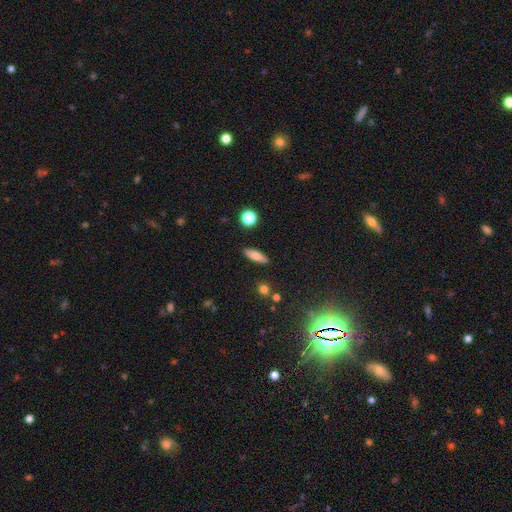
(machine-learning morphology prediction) smooth_or_featured: smooth (p=0.76) [alt: featured or disk p=0.15]
how_rounded: in between (p=0.48) [tied with: cigar-shaped p=0.48]
merging: none (p=0.88) [alt: minor disturbance p=0.08]